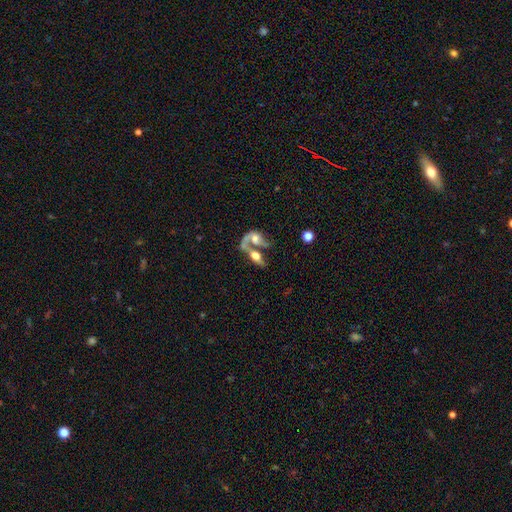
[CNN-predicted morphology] Smooth or featured? featured or disk (56%)
Edge-on disk? no (66%)
Merging? merger (66%)